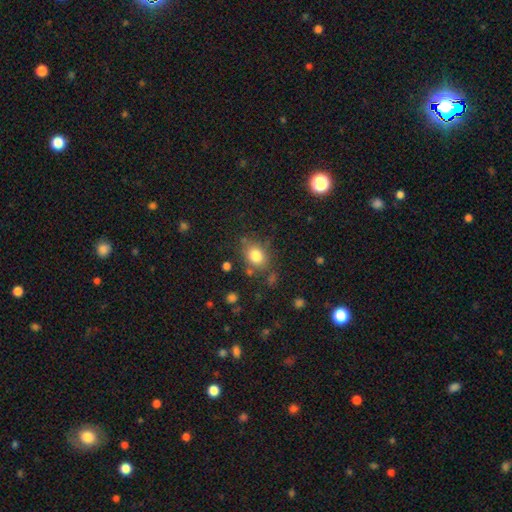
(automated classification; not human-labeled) This appears to be a smooth galaxy with no disk features (81%) that is in between round and cigar-shaped (51%). Merging: none (73%).